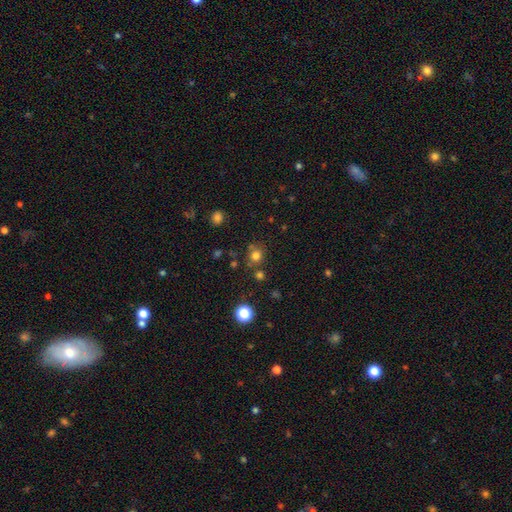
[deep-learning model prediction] smooth-or-featured: smooth: 76% | star or artifact: 18% | featured or disk: 6%
  how-rounded: round: 85% | in between: 14% | cigar-shaped: 1%
  merging: none: 73% | merger: 12% | minor disturbance: 11% | major disturbance: 4%